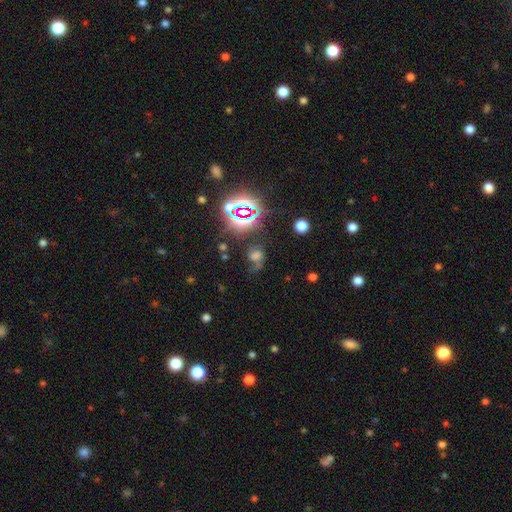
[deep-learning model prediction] A star or artifact, not a galaxy (42%).

Vote fractions:
- Smooth or featured? star or artifact: 42% / smooth: 36% / featured or disk: 22%